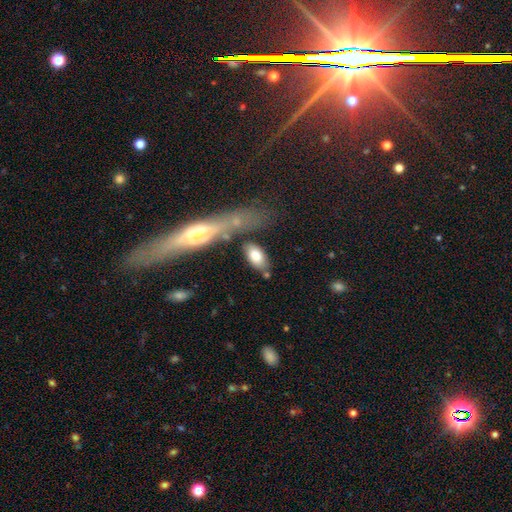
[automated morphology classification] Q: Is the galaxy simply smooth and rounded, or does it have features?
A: smooth — 78%.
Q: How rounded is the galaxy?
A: in between — 90%.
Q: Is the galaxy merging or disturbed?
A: none — 61%.